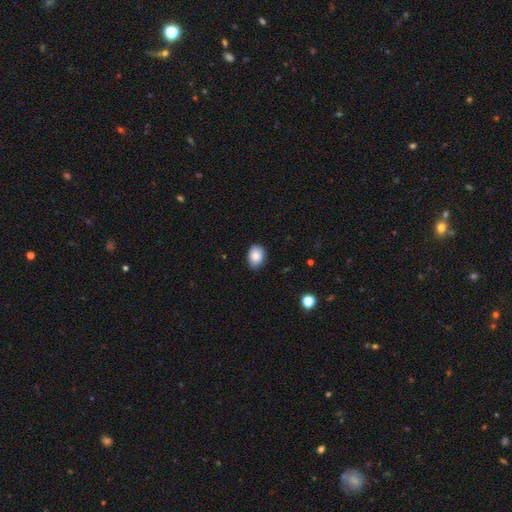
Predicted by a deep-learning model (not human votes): Morphology: type=smooth (86%); roundness=in between (71%); merging=none (81%).